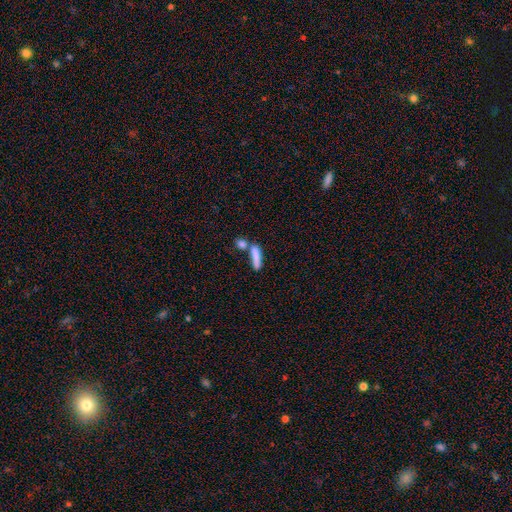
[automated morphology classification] Smooth or featured? smooth (79%)
How rounded? cigar-shaped (68%)
Merging? none (45%)